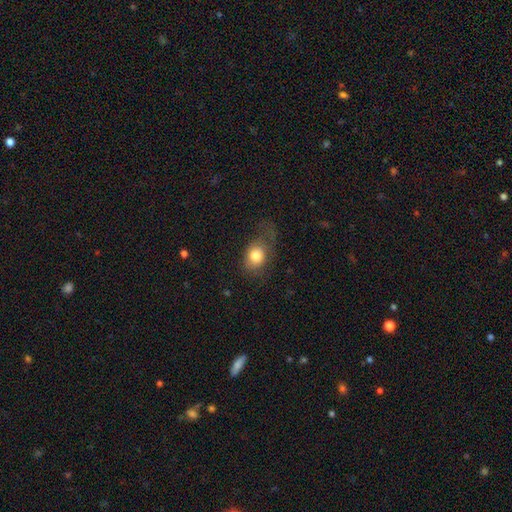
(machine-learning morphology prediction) This appears to be a smooth galaxy with no disk features (77%) that is in between round and cigar-shaped (63%). Merging: none (43%).